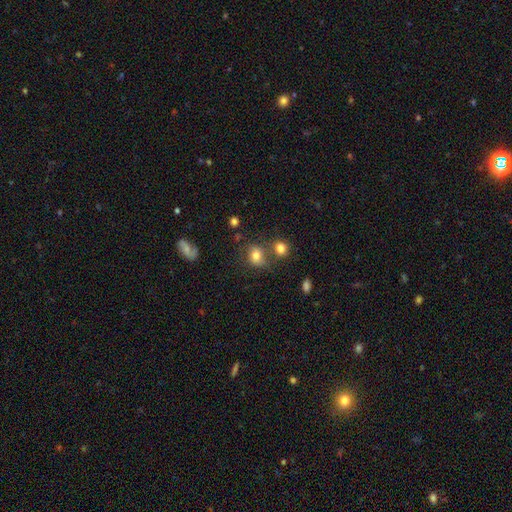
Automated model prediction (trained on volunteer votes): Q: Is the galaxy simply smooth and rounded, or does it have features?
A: smooth — 76%.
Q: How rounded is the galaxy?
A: round — 54%.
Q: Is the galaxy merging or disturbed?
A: none — 57%.